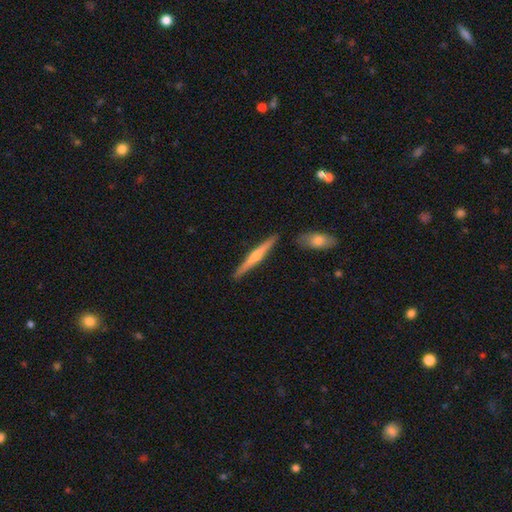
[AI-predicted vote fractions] The model was most divided on "smooth or featured": featured or disk: 61%, smooth: 34%, star or artifact: 5%. More confident: edge-on disk — yes (97%); merging — none (89%); edge-on bulge — rounded (78%).